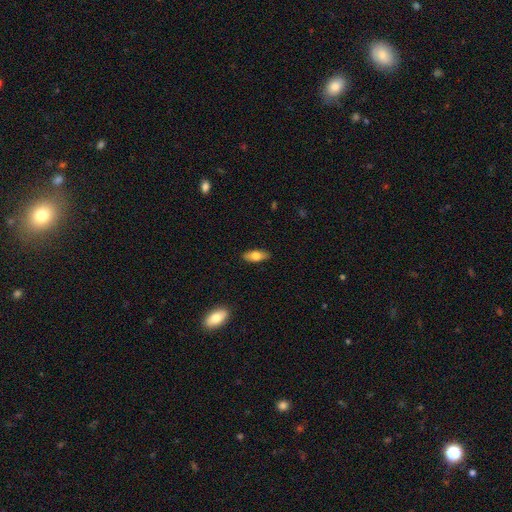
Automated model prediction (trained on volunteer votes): Smooth or featured?
  - smooth: 72% *
  - featured or disk: 21%
  - star or artifact: 6%
How rounded?
  - in between: 79% *
  - cigar-shaped: 18%
  - round: 3%
Merging?
  - none: 88% *
  - minor disturbance: 9%
  - major disturbance: 2%
  - merger: 1%